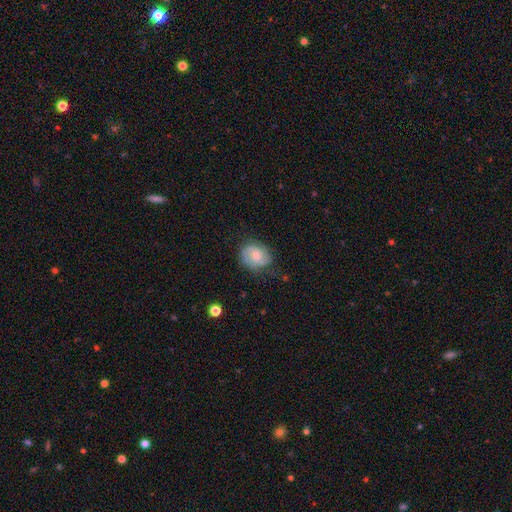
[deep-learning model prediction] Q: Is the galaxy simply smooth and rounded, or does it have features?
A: featured or disk — 54%.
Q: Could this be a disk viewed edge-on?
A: no — 98%.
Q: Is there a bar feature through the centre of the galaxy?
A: no — 65%.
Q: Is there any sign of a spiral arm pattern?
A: yes — 88%.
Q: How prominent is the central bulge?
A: moderate — 41%.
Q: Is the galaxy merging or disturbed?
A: none — 65%.